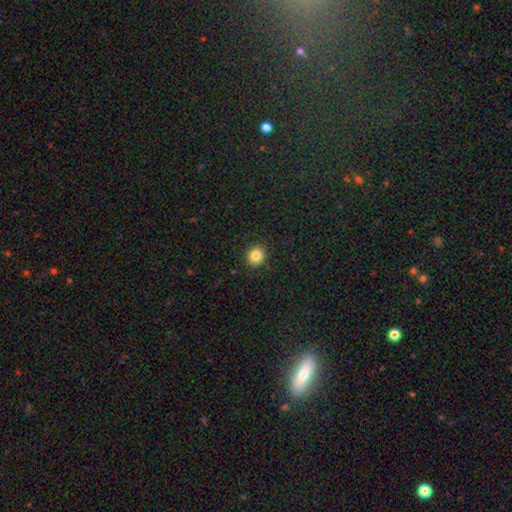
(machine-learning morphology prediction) This appears to be a smooth galaxy with no disk features (84%) that is round (85%). Merging: none (91%).